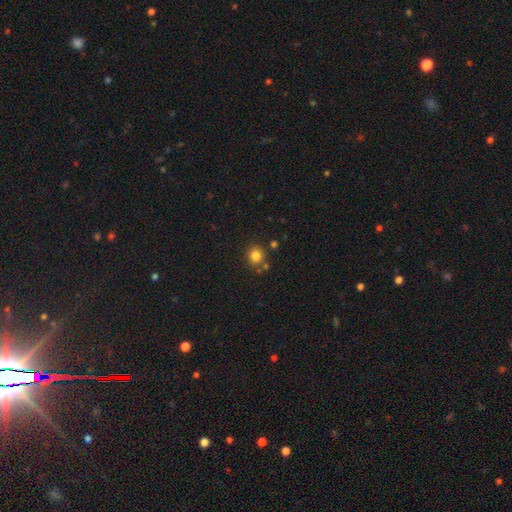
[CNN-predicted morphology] Q: Smooth or featured?
A: smooth (82%); runner-up: star or artifact (13%)
Q: How rounded?
A: round (86%); runner-up: in between (13%)
Q: Merging?
A: none (78%); runner-up: minor disturbance (10%)